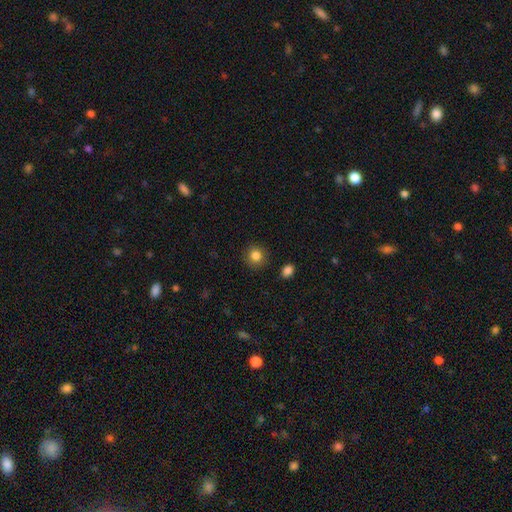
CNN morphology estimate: Overall: smooth (85%). How rounded: round (89%). Merging: none (90%).